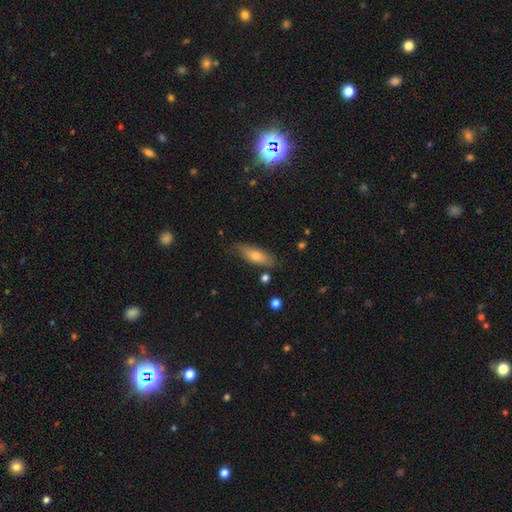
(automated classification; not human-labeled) This appears to be a smooth galaxy with no disk features (68%) that is in between round and cigar-shaped (58%). Merging: none (75%).